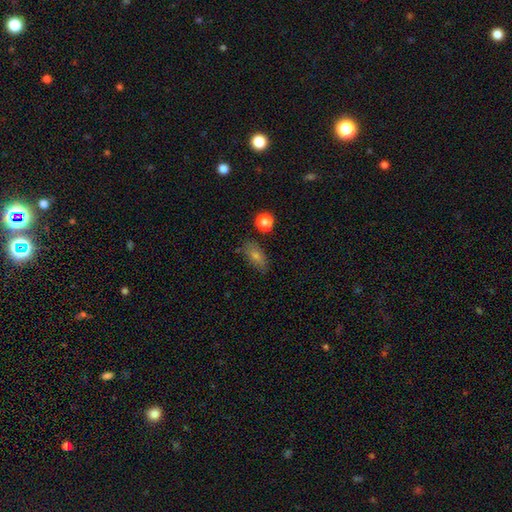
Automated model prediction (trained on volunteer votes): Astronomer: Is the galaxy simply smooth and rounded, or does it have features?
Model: smooth — 65%.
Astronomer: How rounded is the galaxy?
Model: in between — 77%.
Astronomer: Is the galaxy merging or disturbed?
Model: none — 77%.